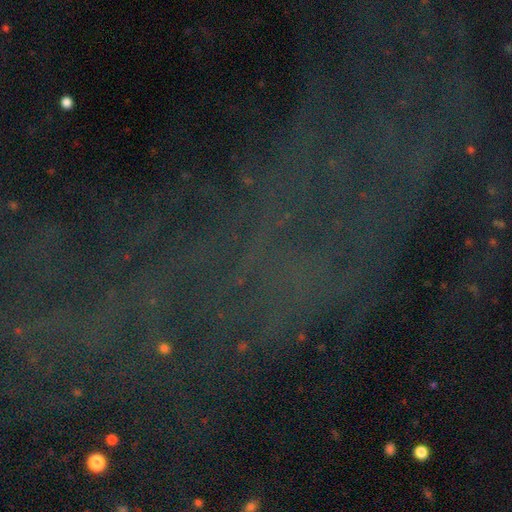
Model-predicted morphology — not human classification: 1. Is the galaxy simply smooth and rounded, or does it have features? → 76% star or artifact, 13% featured or disk, 12% smooth.